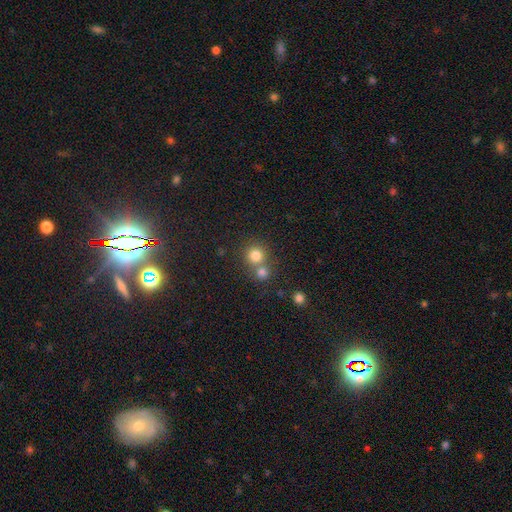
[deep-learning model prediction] A smooth galaxy with no disk features (80%) that is round (91%).

Vote fractions:
- Smooth or featured? smooth: 80% / star or artifact: 13% / featured or disk: 7%
- How rounded? round: 91% / in between: 8% / cigar-shaped: 1%
- Merging? none: 54% / merger: 38% / minor disturbance: 6% / major disturbance: 3%